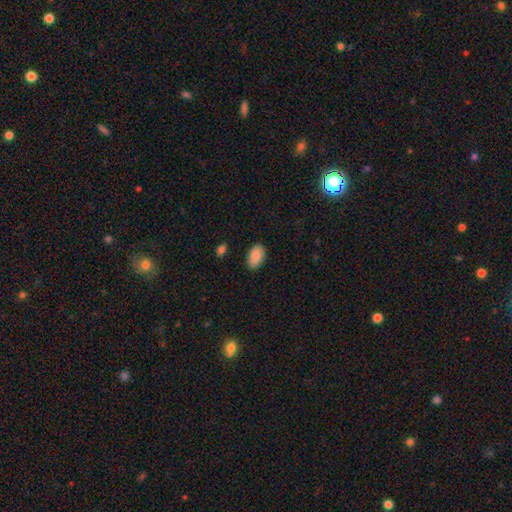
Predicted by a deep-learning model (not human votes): Q: Smooth or featured?
A: smooth (87%); runner-up: featured or disk (7%)
Q: How rounded?
A: in between (93%); runner-up: round (6%)
Q: Merging?
A: none (87%); runner-up: minor disturbance (10%)